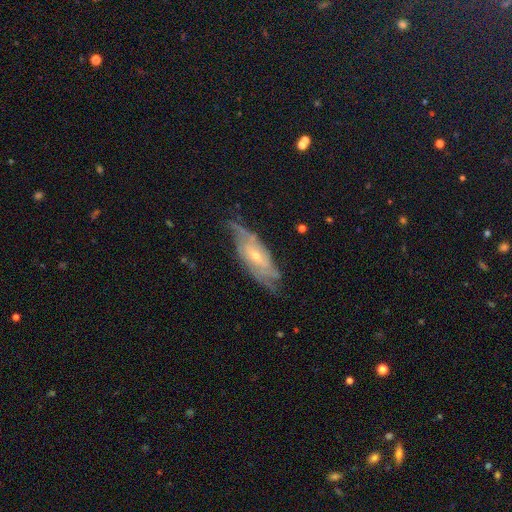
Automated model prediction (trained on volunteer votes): Smooth or featured: featured or disk — 83% (smooth — 11%)
Edge-on disk: no — 85% (yes — 15%)
Bar: no — 48% (weak — 40%)
Spiral arms: yes — 93% (no — 7%)
Spiral winding: tight — 45% (medium — 40%)
Spiral arm count: 2 — 36% (can't tell — 34%)
Bulge size: small — 61% (moderate — 35%)
Merging: none — 68% (minor disturbance — 21%)